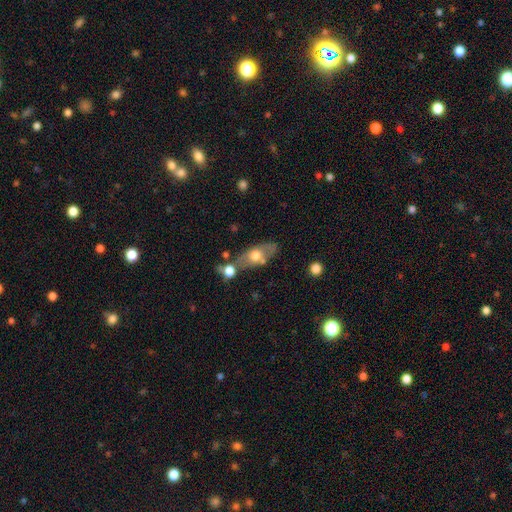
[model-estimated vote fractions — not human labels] Smooth or featured? Predicted: smooth (p=0.51). How rounded? Predicted: in between (p=0.71). Merging? Predicted: none (p=0.58).